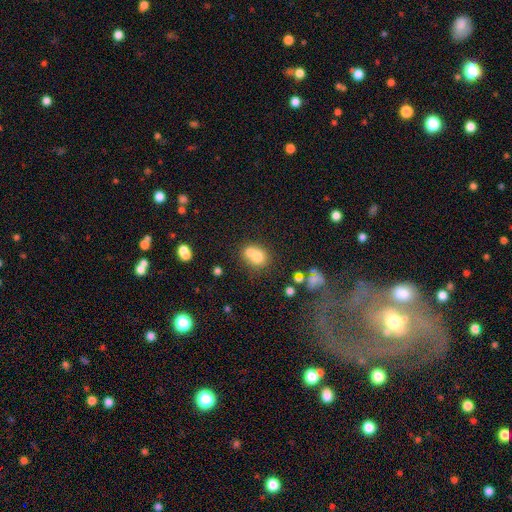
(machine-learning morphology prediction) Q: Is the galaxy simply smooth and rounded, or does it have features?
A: smooth — 70%.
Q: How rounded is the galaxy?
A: round — 69%.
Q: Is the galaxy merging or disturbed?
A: merger — 58%.